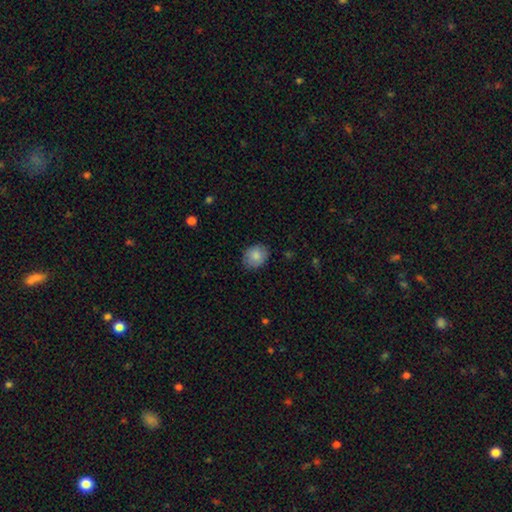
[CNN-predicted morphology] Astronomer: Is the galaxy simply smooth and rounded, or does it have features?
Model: smooth — 86%.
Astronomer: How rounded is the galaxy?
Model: round — 56% (runner-up: in between, 43%).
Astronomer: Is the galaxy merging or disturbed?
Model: none — 82%.